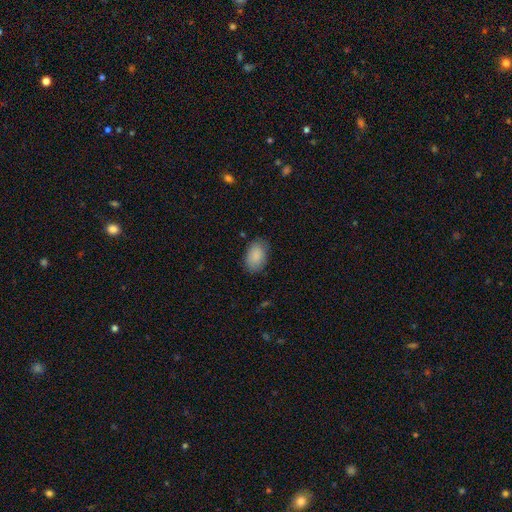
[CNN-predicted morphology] The model was most divided on "merging": none: 80%, minor disturbance: 15%, major disturbance: 3%, merger: 1%. More confident: how rounded — in between (90%); smooth or featured — smooth (88%).